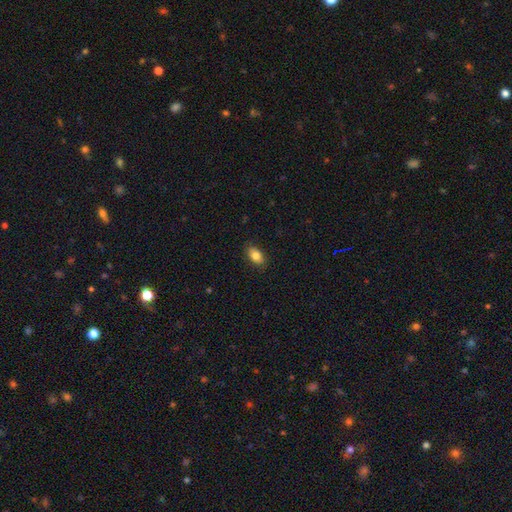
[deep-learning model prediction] Smooth or featured? smooth (82%)
How rounded? in between (89%)
Merging? none (86%)